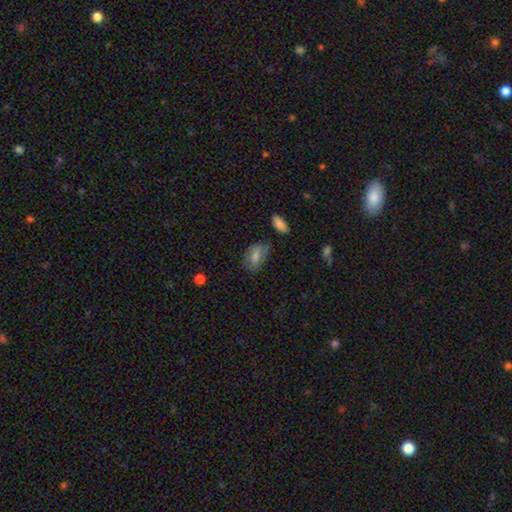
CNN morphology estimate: smooth_or_featured: smooth (p=0.64) [alt: featured or disk p=0.25]
how_rounded: in between (p=0.83) [alt: round p=0.14]
merging: none (p=0.64) [alt: minor disturbance p=0.24]